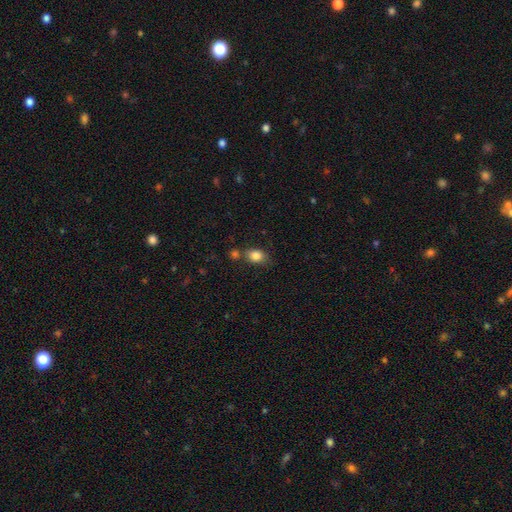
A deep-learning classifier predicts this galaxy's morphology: Smooth or featured?
  - smooth: 84% *
  - star or artifact: 9%
  - featured or disk: 7%
How rounded?
  - in between: 69% *
  - round: 29%
  - cigar-shaped: 2%
Merging?
  - none: 61% *
  - merger: 18%
  - minor disturbance: 16%
  - major disturbance: 5%